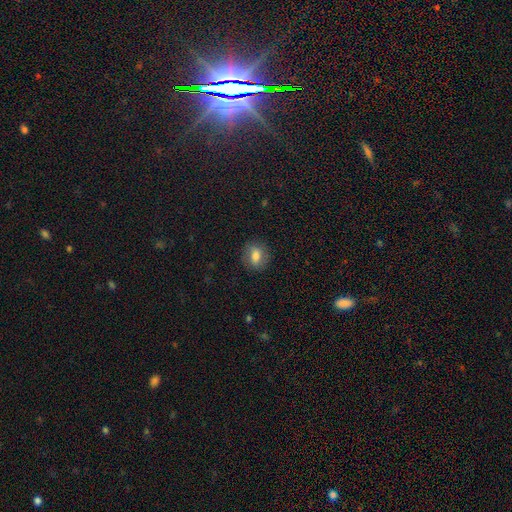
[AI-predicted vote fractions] Morphology: type=smooth (74%); roundness=round (53%); merging=none (85%).